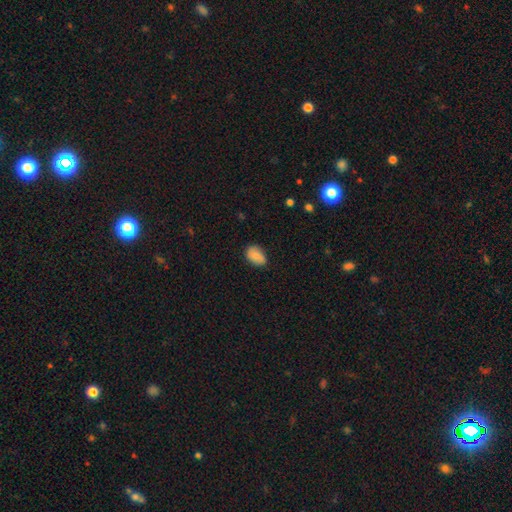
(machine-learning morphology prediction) smooth 77%, featured or disk 16%, star or artifact 7%. Down the decision tree: how rounded — in between (83%); merging — none (77%).